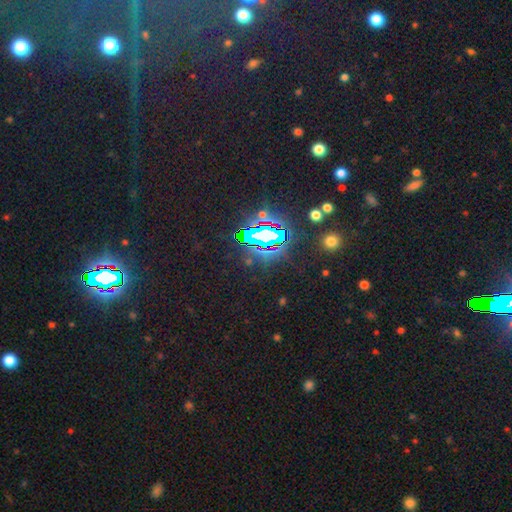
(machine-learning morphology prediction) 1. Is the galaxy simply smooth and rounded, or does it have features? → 82% star or artifact, 11% smooth, 8% featured or disk.